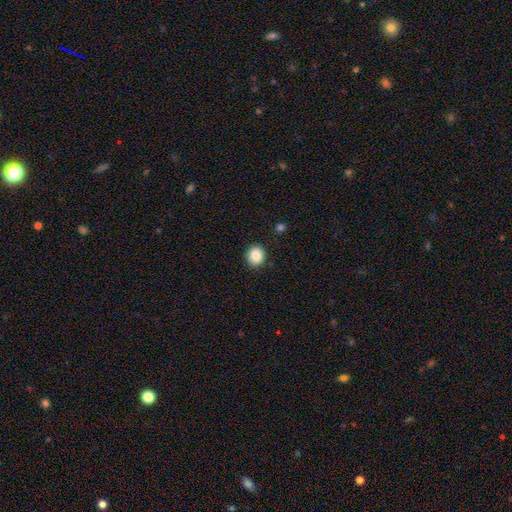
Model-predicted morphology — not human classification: This appears to be a smooth galaxy with no disk features (86%) that is round (77%). Merging: none (91%).